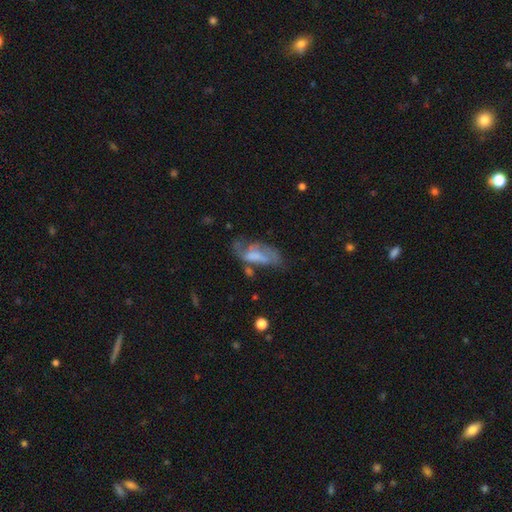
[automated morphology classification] This appears to be a featured or disk galaxy (50%). Merging: major disturbance (33%).